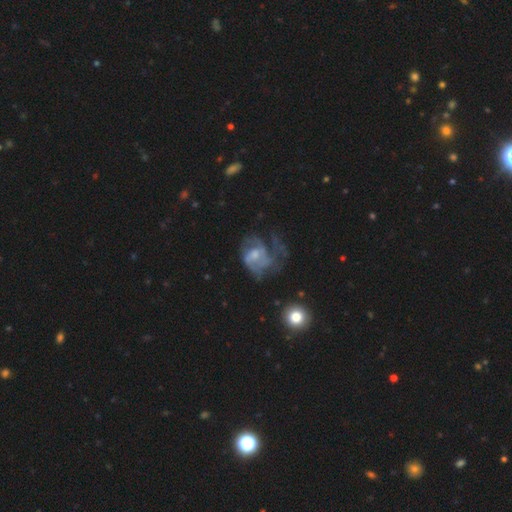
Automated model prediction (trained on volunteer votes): Morphology: type=featured or disk (69%); edge-on=no (98%); bar=no (64%); spiral arms=yes (71%); bulge=moderate (46%); merging=major disturbance (48%).